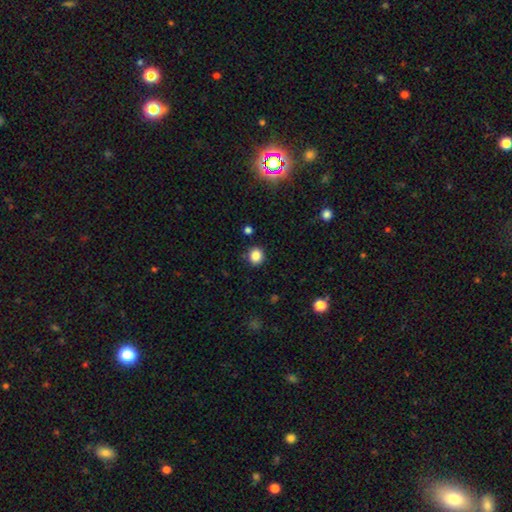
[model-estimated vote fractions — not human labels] Smooth or featured? Predicted: smooth (p=0.85). How rounded? Predicted: round (p=0.81). Merging? Predicted: none (p=0.86).